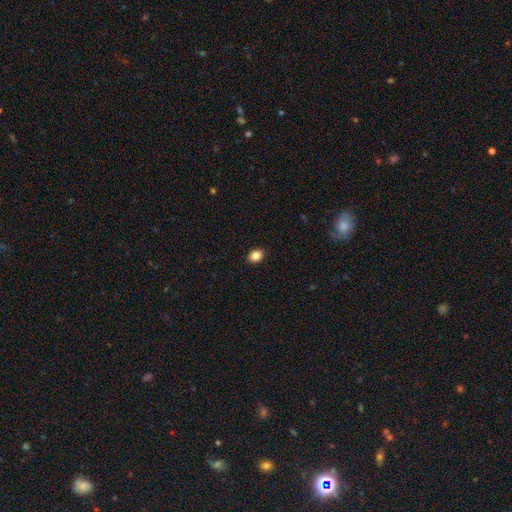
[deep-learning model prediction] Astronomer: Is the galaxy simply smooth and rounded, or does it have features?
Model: smooth — 86%.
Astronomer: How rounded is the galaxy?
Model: in between — 64%.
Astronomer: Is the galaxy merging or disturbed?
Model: none — 91%.